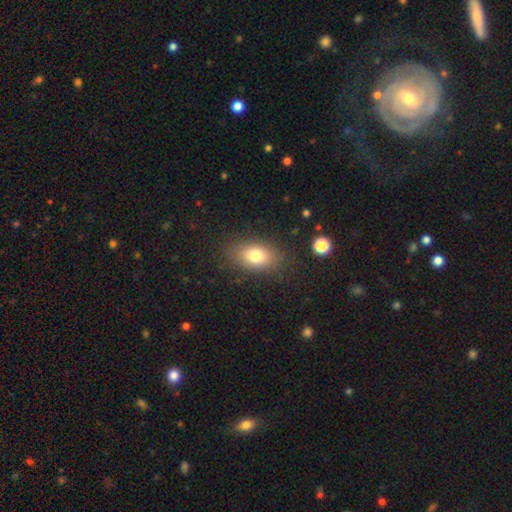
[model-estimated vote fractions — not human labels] Q: Smooth or featured?
A: smooth (77%); runner-up: featured or disk (13%)
Q: How rounded?
A: in between (83%); runner-up: round (14%)
Q: Merging?
A: none (83%); runner-up: minor disturbance (11%)